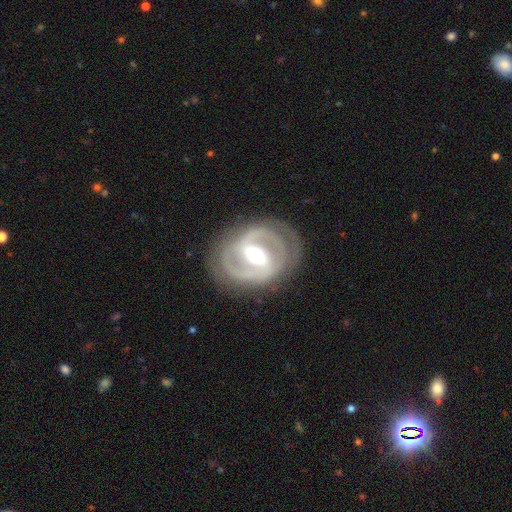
A featured or disk galaxy (82%) with a strong bar (47%), 2 (80%) medium (55%) spiral arms (67%) and a moderate central bulge (77%). Merging: none (66%).